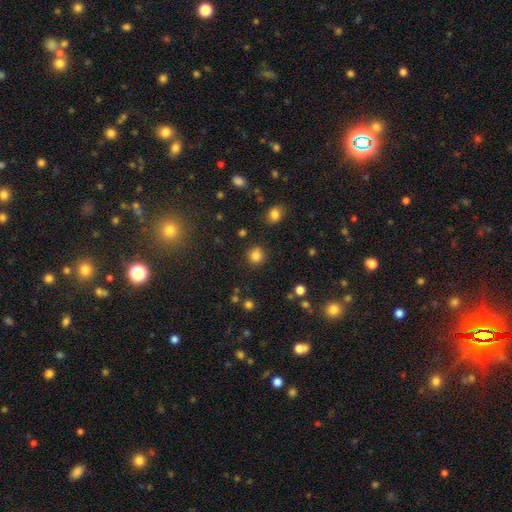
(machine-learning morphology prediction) smooth-or-featured: smooth: 83% | star or artifact: 12% | featured or disk: 5%
  how-rounded: round: 90% | in between: 9% | cigar-shaped: 1%
  merging: none: 88% | minor disturbance: 7% | major disturbance: 3% | merger: 2%